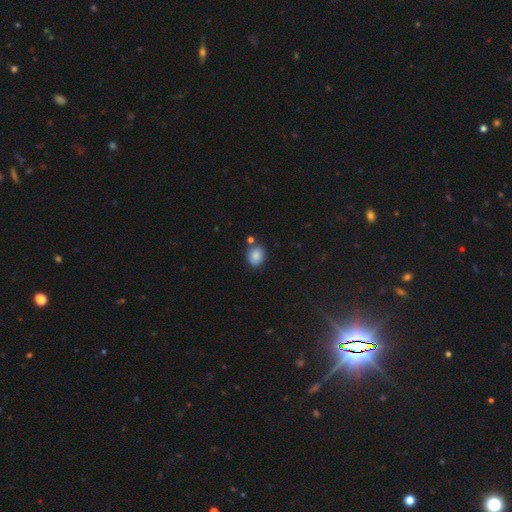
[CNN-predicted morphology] type=smooth (86%); roundness=round (55%); merging=none (75%).